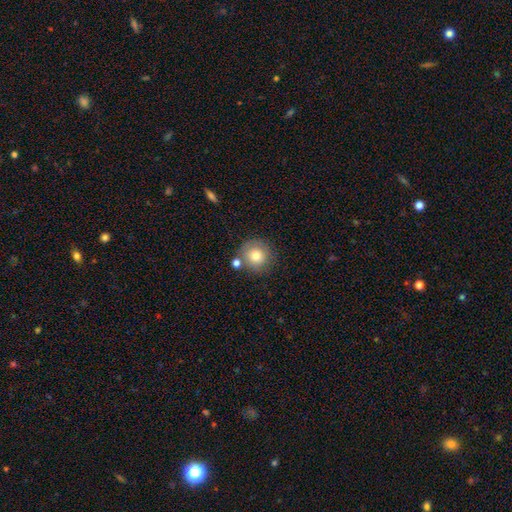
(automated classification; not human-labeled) This appears to be a smooth galaxy with no disk features (78%) that is round (94%). Merging: none (76%).